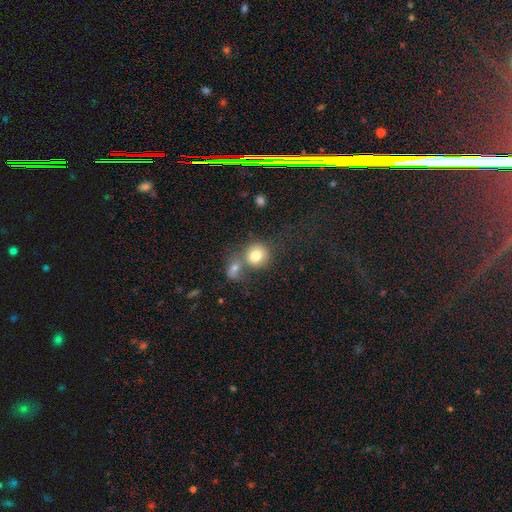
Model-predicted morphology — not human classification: Smooth or featured?
  - smooth: 78% *
  - featured or disk: 11%
  - star or artifact: 10%
How rounded?
  - round: 83% *
  - in between: 16%
  - cigar-shaped: 1%
Merging?
  - none: 47% *
  - merger: 39%
  - minor disturbance: 10%
  - major disturbance: 4%